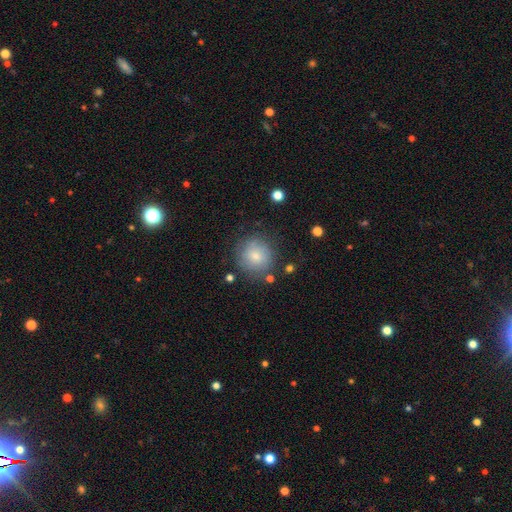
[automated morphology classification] Smooth or featured?
  - smooth: 77% *
  - featured or disk: 15%
  - star or artifact: 8%
How rounded?
  - round: 89% *
  - in between: 10%
  - cigar-shaped: 1%
Merging?
  - none: 76% *
  - minor disturbance: 16%
  - major disturbance: 6%
  - merger: 3%